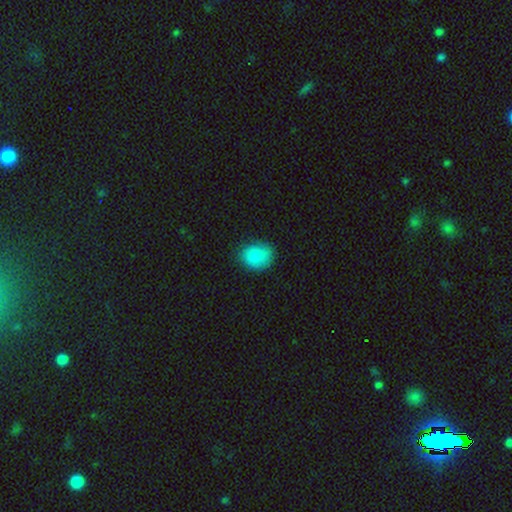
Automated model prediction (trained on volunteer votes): Smooth or featured?
  - smooth: 86% *
  - star or artifact: 8%
  - featured or disk: 6%
How rounded?
  - in between: 53% *
  - round: 46%
  - cigar-shaped: 1%
Merging?
  - none: 74% *
  - minor disturbance: 20%
  - major disturbance: 4%
  - merger: 1%